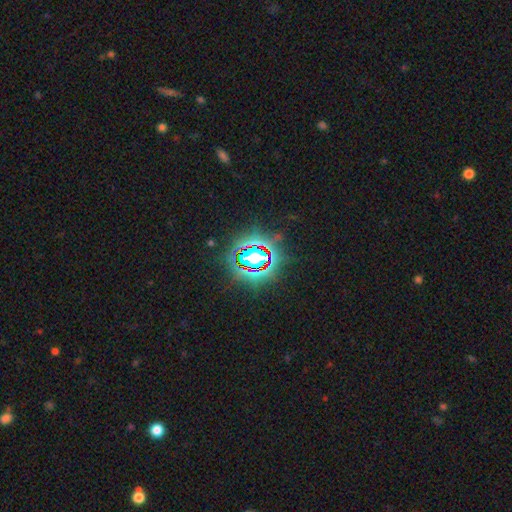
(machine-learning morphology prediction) The model was most divided on "smooth or featured": star or artifact: 73%, smooth: 17%, featured or disk: 10%.